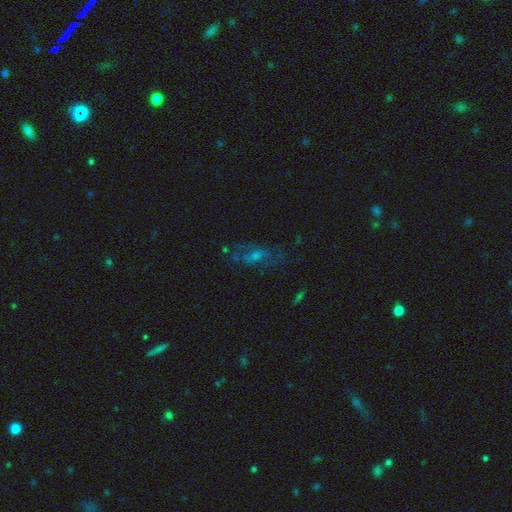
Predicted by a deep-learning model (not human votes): Smooth or featured? Predicted: featured or disk (p=0.46). Merging? Predicted: none (p=0.58).